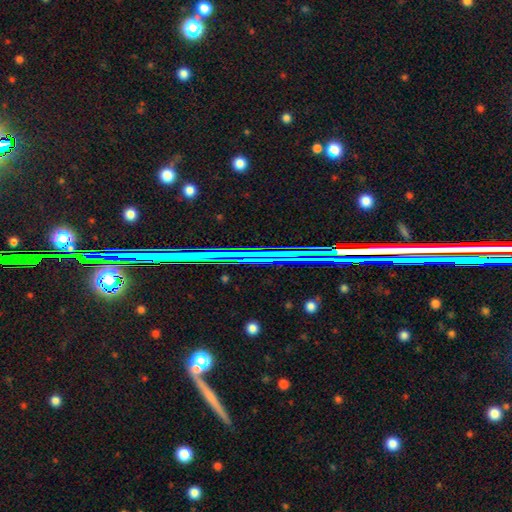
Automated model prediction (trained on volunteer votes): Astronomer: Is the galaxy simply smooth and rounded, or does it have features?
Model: star or artifact — 67%.